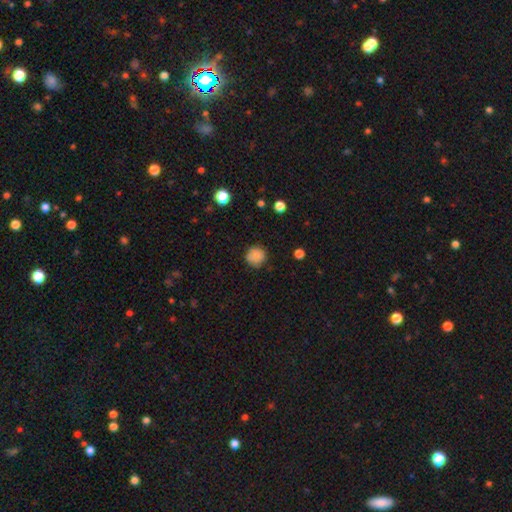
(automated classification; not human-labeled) Smooth or featured: smooth — 86% (star or artifact — 10%)
How rounded: round — 91% (in between — 8%)
Merging: none — 84% (minor disturbance — 12%)